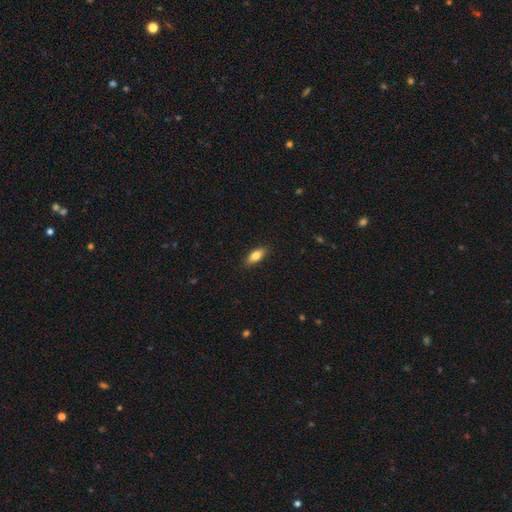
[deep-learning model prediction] Smooth or featured: smooth — 77% (featured or disk — 16%)
How rounded: in between — 78% (cigar-shaped — 19%)
Merging: none — 88% (minor disturbance — 9%)